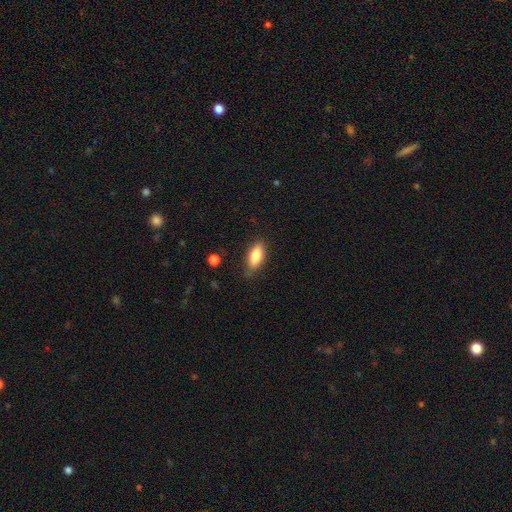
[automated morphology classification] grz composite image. It shows a smooth galaxy with no disk features (84%) that is in between round and cigar-shaped (81%). Merging: none (78%).